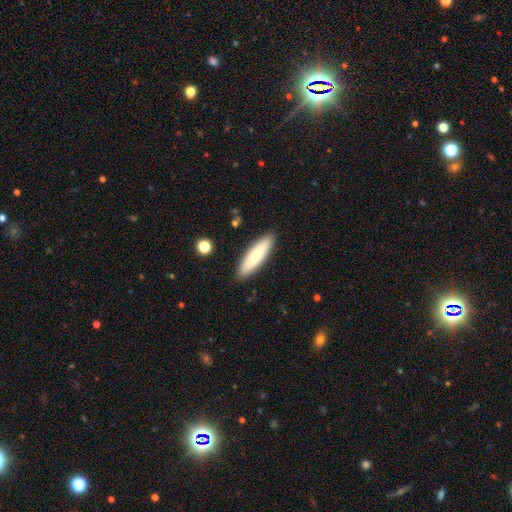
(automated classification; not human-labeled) Morphology: type=smooth (70%); roundness=cigar-shaped (62%); merging=none (89%).